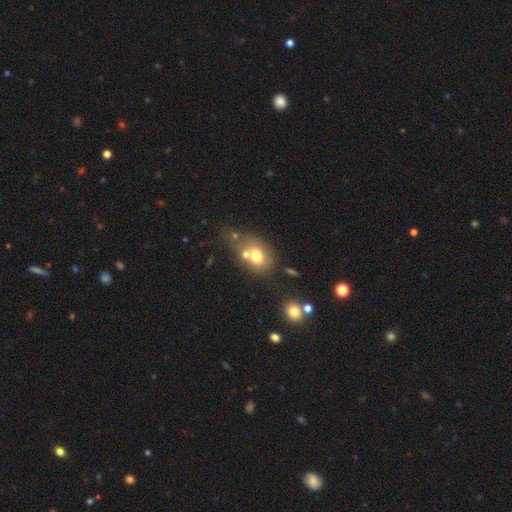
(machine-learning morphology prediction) smooth_or_featured: smooth (p=0.68) [alt: featured or disk p=0.20]
how_rounded: in between (p=0.51) [alt: round p=0.48]
merging: merger (p=0.41) [alt: none p=0.38]